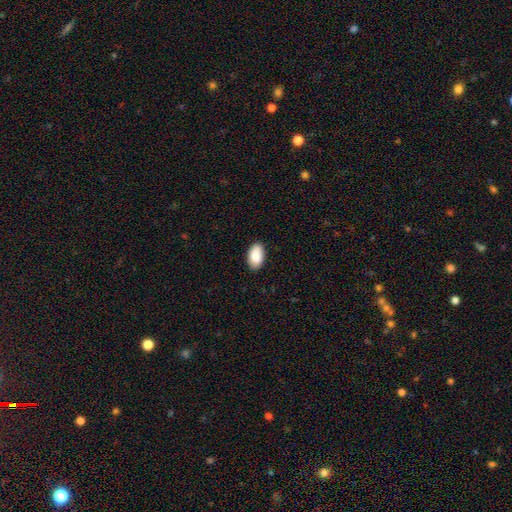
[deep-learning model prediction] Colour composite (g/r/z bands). It shows a smooth galaxy with no disk features (89%) that is in between round and cigar-shaped (95%). Merging: none (88%).